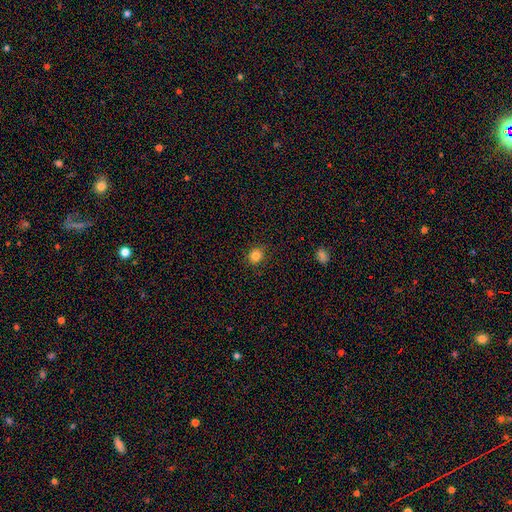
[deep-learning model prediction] A smooth galaxy with no disk features (83%) that is round (86%).

Vote fractions:
- Smooth or featured? smooth: 83% / star or artifact: 12% / featured or disk: 5%
- How rounded? round: 86% / in between: 13% / cigar-shaped: 1%
- Merging? none: 88% / minor disturbance: 9% / major disturbance: 2% / merger: 1%